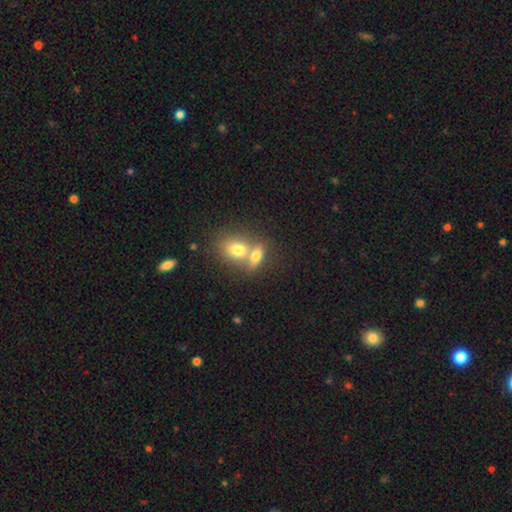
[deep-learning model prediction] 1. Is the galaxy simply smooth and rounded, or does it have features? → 73% smooth, 18% featured or disk, 9% star or artifact.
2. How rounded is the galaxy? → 70% in between, 24% round, 6% cigar-shaped.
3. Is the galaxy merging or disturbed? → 63% merger, 27% none, 6% minor disturbance, 3% major disturbance.